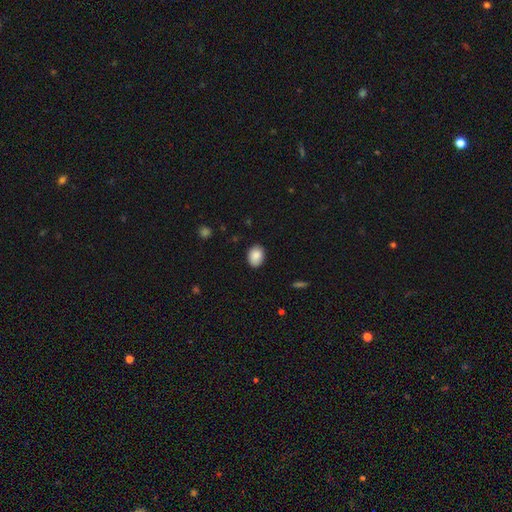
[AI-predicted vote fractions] Smooth or featured?
  - smooth: 88% *
  - star or artifact: 7%
  - featured or disk: 4%
How rounded?
  - in between: 69% *
  - round: 30%
  - cigar-shaped: 1%
Merging?
  - none: 85% *
  - minor disturbance: 12%
  - major disturbance: 2%
  - merger: 1%